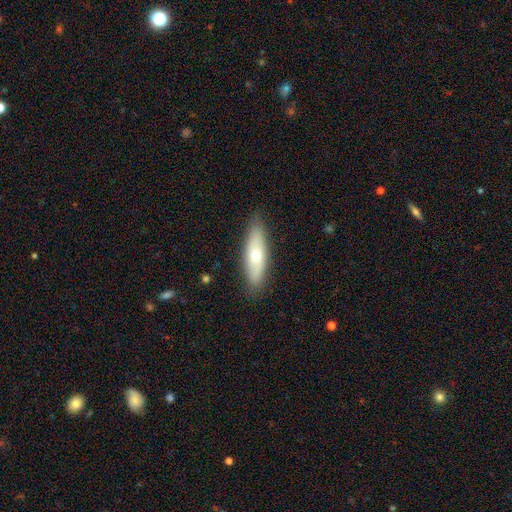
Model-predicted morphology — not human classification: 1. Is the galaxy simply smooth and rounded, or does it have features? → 57% smooth, 37% featured or disk, 6% star or artifact.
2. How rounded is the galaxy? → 53% cigar-shaped, 45% in between, 2% round.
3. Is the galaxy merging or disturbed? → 87% none, 10% minor disturbance, 2% major disturbance, 1% merger.